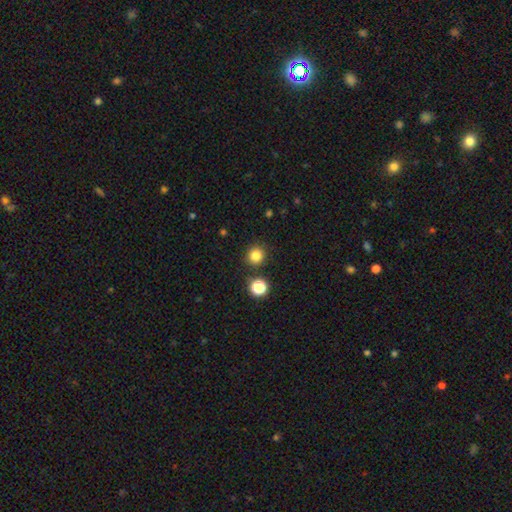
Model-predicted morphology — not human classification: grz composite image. It shows a smooth galaxy with no disk features (82%) that is round (92%). Merging: none (88%).